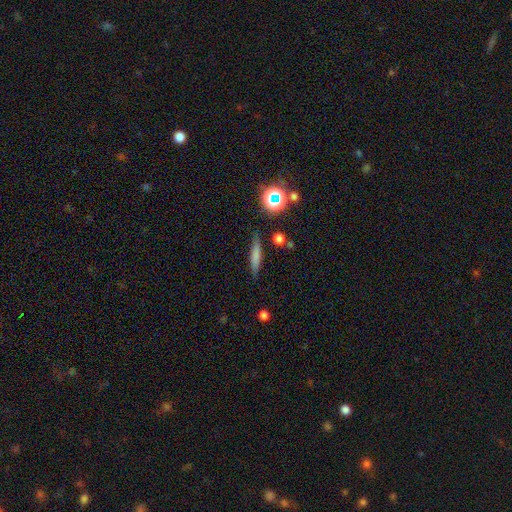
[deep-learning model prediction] Overall: smooth (68%). How rounded: cigar-shaped (83%). Merging: none (81%).